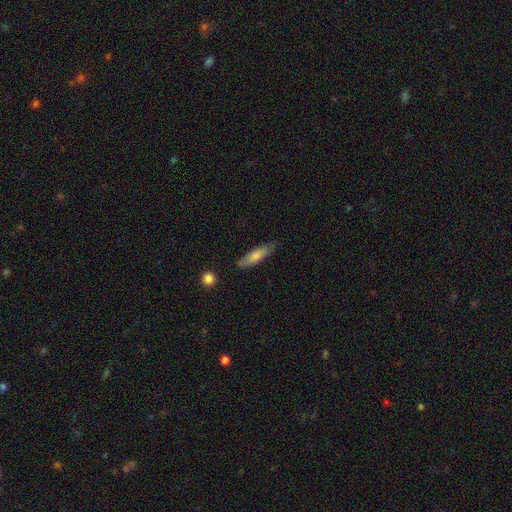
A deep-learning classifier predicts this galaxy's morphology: Q: Smooth or featured?
A: smooth (74%); runner-up: featured or disk (20%)
Q: How rounded?
A: cigar-shaped (63%); runner-up: in between (35%)
Q: Merging?
A: none (75%); runner-up: minor disturbance (19%)